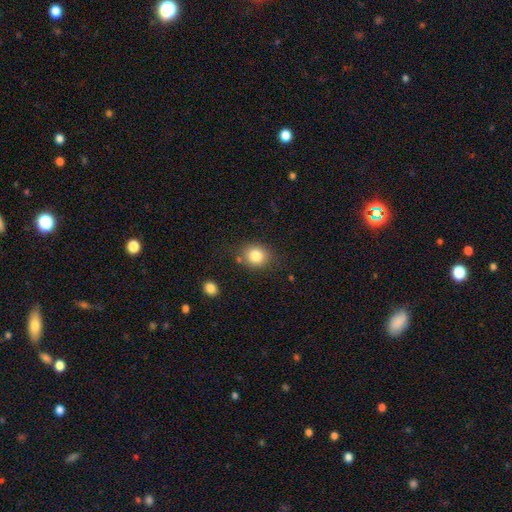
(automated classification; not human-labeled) smooth-or-featured: smooth: 83% | star or artifact: 10% | featured or disk: 7%
  how-rounded: round: 69% | in between: 30% | cigar-shaped: 1%
  merging: none: 77% | minor disturbance: 14% | merger: 5% | major disturbance: 4%